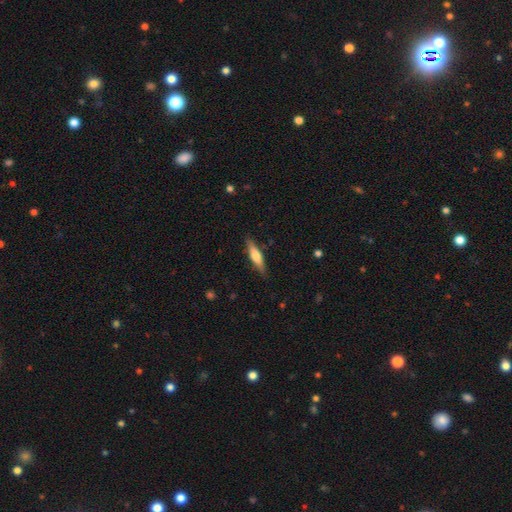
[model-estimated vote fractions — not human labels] Overall: smooth (49%; featured or disk 45%). Merging: none (87%).